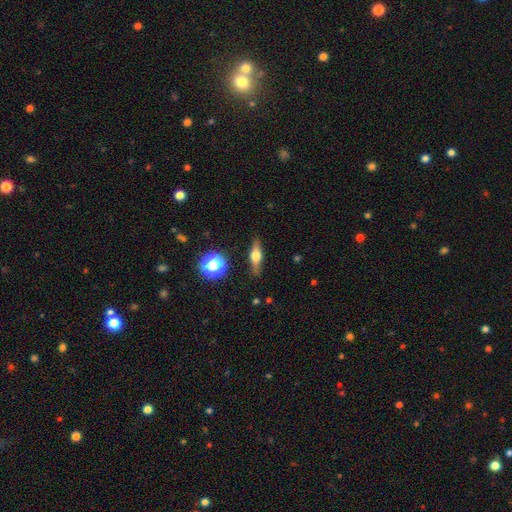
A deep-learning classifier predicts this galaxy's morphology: Overall: featured or disk (50%; smooth 40%). Edge-on disk: yes (92%). Merging: none (86%).